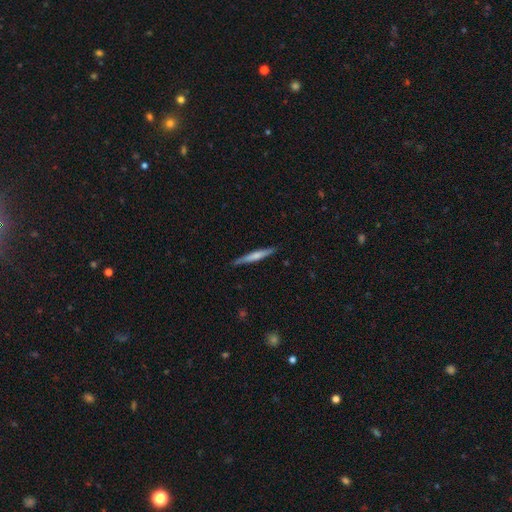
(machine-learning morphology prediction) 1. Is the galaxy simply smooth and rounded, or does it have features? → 54% smooth, 41% featured or disk, 5% star or artifact.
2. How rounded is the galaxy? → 95% cigar-shaped, 4% in between, 1% round.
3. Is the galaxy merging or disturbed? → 88% none, 9% minor disturbance, 2% major disturbance, 1% merger.